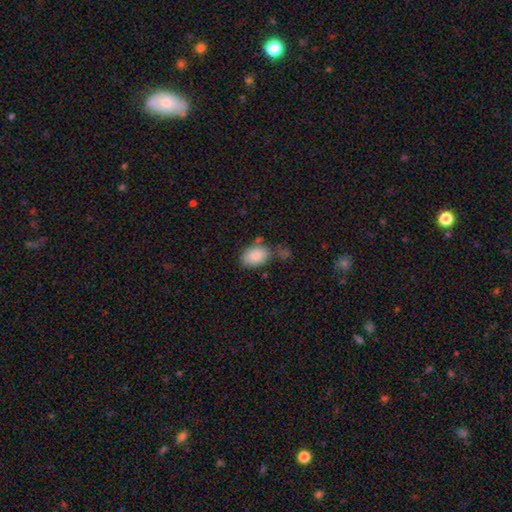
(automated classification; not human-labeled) Overall: smooth (85%). How rounded: in between (86%). Merging: none (69%).